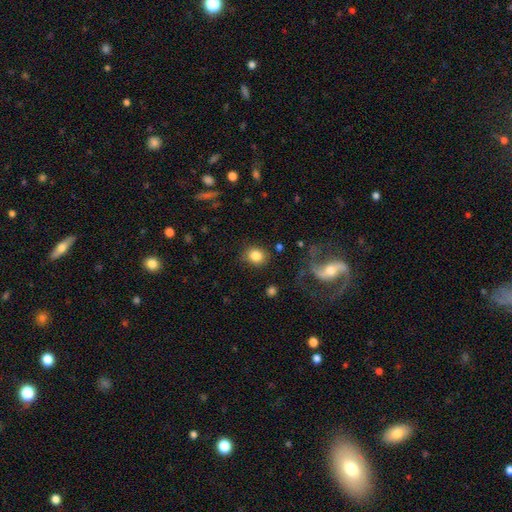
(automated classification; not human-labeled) A smooth galaxy with no disk features (83%) that is round (72%). Merging: none (82%).